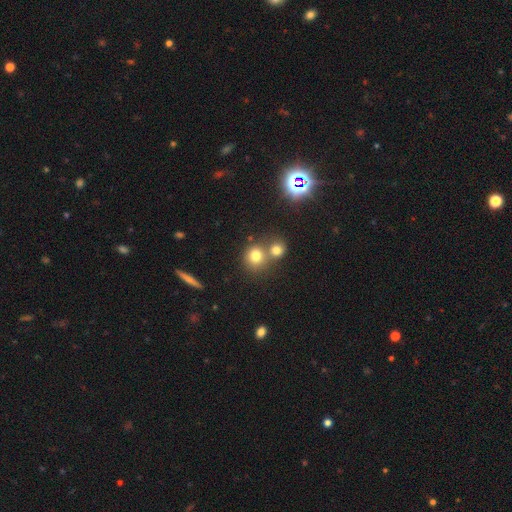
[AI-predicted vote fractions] Smooth or featured?
  - smooth: 74% *
  - star or artifact: 16%
  - featured or disk: 10%
How rounded?
  - round: 85% *
  - in between: 14%
  - cigar-shaped: 1%
Merging?
  - none: 51% *
  - merger: 39%
  - minor disturbance: 7%
  - major disturbance: 3%